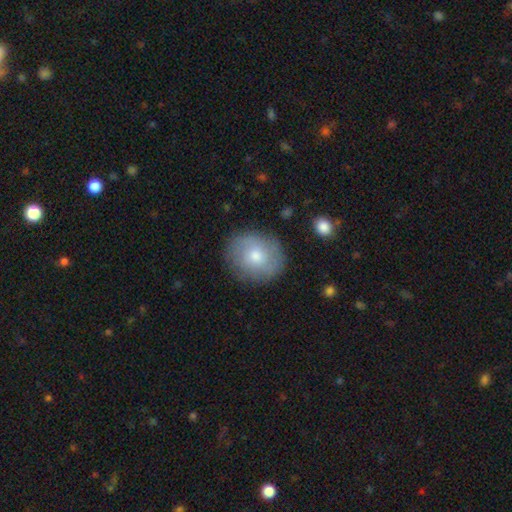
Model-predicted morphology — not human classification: smooth_or_featured: smooth (p=0.61) [alt: featured or disk p=0.31]
how_rounded: round (p=0.68) [alt: in between p=0.31]
merging: none (p=0.82) [alt: minor disturbance p=0.13]